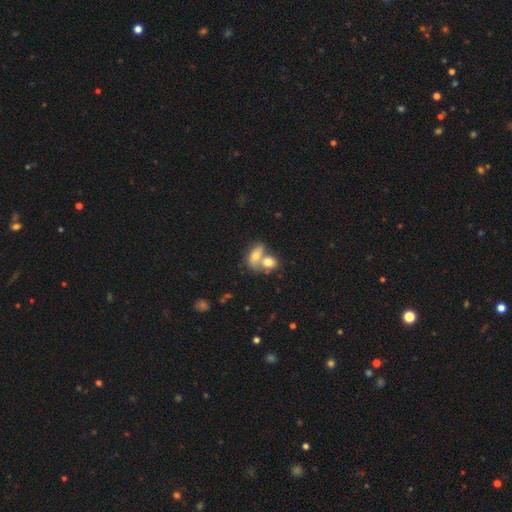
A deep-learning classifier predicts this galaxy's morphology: Smooth or featured? Predicted: smooth (p=0.70). How rounded? Predicted: in between (p=0.76). Merging? Predicted: merger (p=0.66).